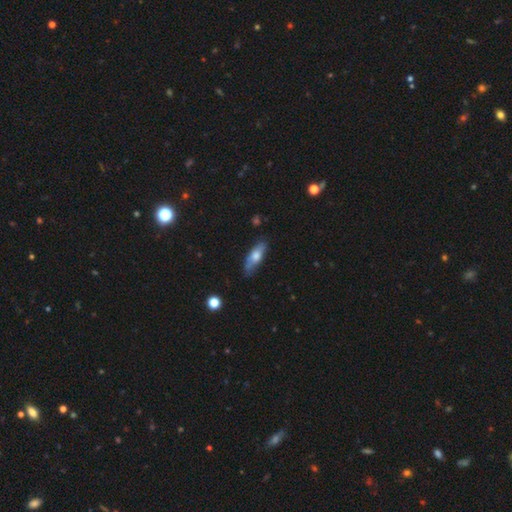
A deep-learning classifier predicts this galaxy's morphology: smooth_or_featured: smooth (p=0.59) [alt: featured or disk p=0.34]
how_rounded: in between (p=0.54) [alt: cigar-shaped p=0.43]
merging: none (p=0.75) [alt: minor disturbance p=0.19]